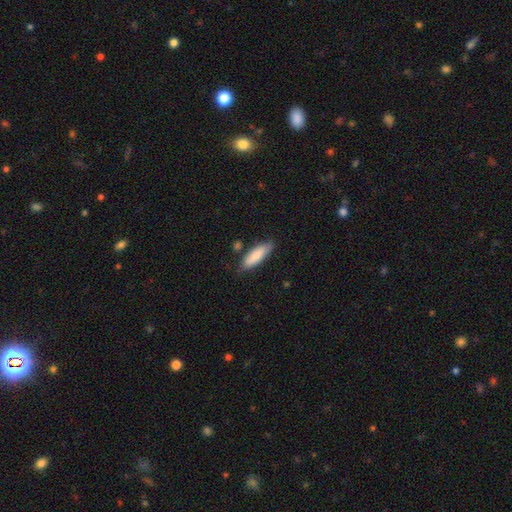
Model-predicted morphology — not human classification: A smooth galaxy with no disk features (83%) that is in between round and cigar-shaped (52%).

Vote fractions:
- Smooth or featured? smooth: 83% / featured or disk: 12% / star or artifact: 6%
- How rounded? in between: 52% / cigar-shaped: 46% / round: 2%
- Merging? none: 77% / minor disturbance: 16% / merger: 4% / major disturbance: 3%